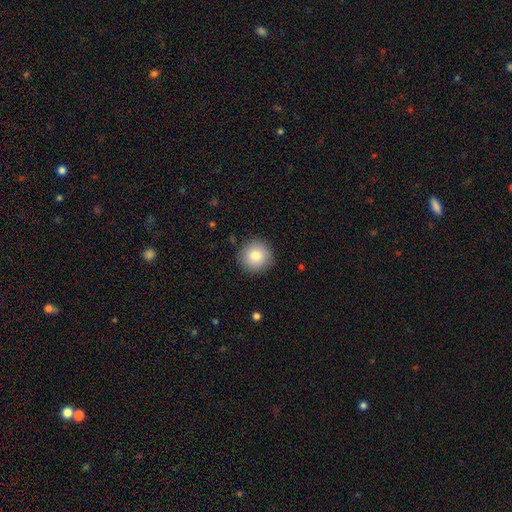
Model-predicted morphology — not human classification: smooth 83%, star or artifact 9%, featured or disk 8%. Down the decision tree: how rounded — round (95%); merging — none (90%).